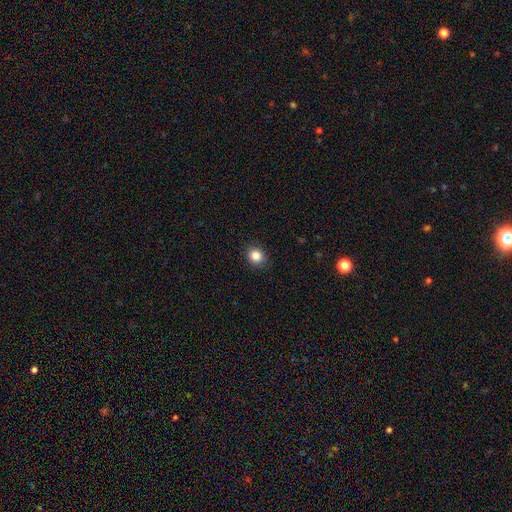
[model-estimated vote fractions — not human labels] smooth-or-featured: smooth: 85% | star or artifact: 10% | featured or disk: 5%
  how-rounded: round: 69% | in between: 30% | cigar-shaped: 1%
  merging: none: 89% | minor disturbance: 8% | major disturbance: 2% | merger: 1%